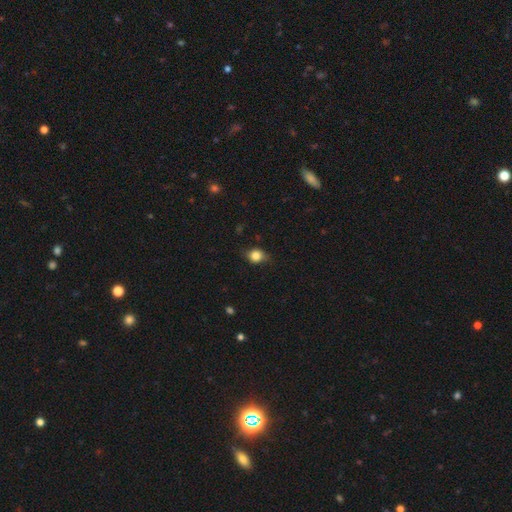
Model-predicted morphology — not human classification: Q: Smooth or featured?
A: smooth (82%); runner-up: star or artifact (10%)
Q: How rounded?
A: round (67%); runner-up: in between (32%)
Q: Merging?
A: none (72%); runner-up: minor disturbance (22%)